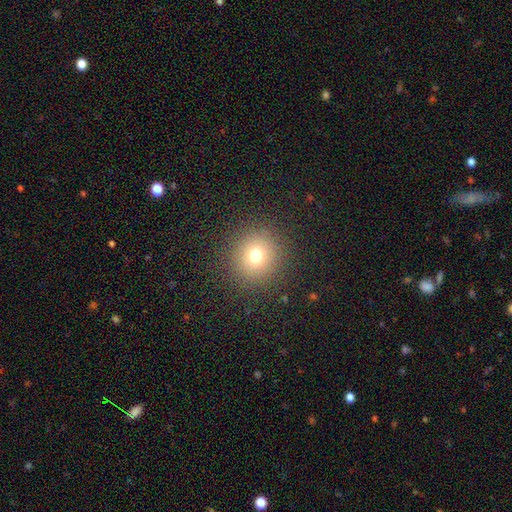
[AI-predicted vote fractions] Smooth or featured: smooth — 73% (star or artifact — 17%)
How rounded: round — 93% (in between — 7%)
Merging: none — 89% (minor disturbance — 6%)